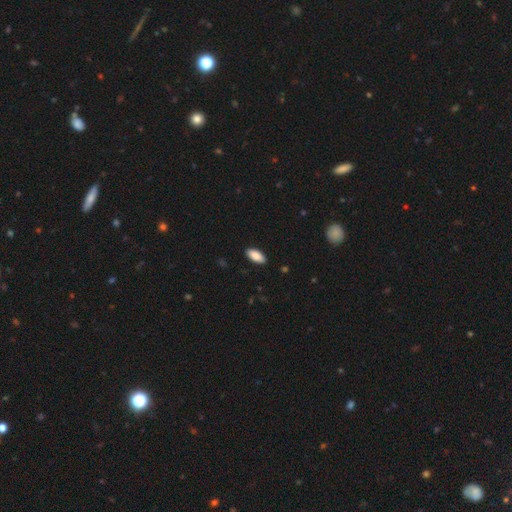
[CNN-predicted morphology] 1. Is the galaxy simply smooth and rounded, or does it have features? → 89% smooth, 6% star or artifact, 5% featured or disk.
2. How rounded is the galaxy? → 90% in between, 8% cigar-shaped, 2% round.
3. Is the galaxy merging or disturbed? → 89% none, 8% minor disturbance, 2% major disturbance, 1% merger.